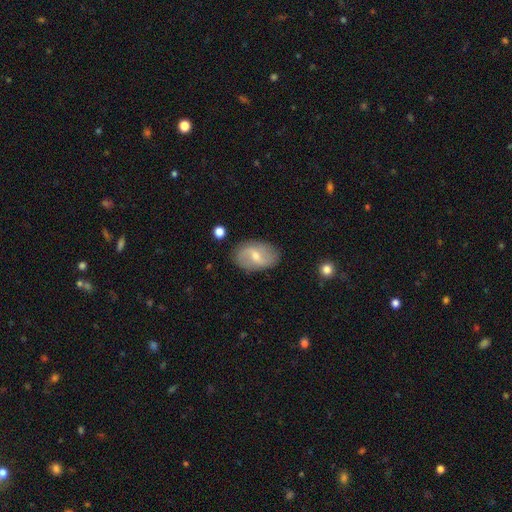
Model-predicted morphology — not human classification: A featured or disk galaxy (59%) with a weak bar (53%), spiral arms (72%) and a moderate central bulge (50%). Merging: none (84%).